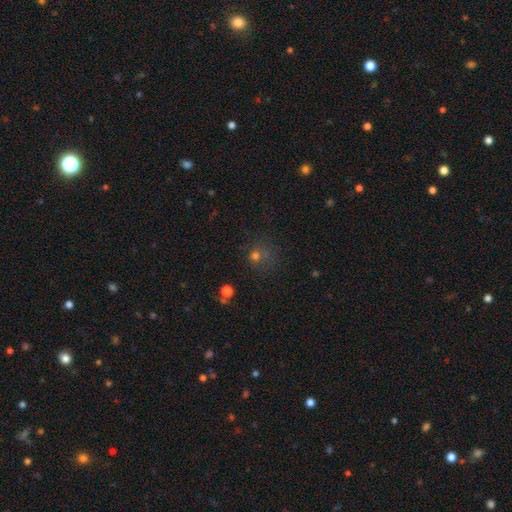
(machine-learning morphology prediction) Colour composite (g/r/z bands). It shows a smooth galaxy with no disk features (54%) that is round (86%). Merging: none (67%).